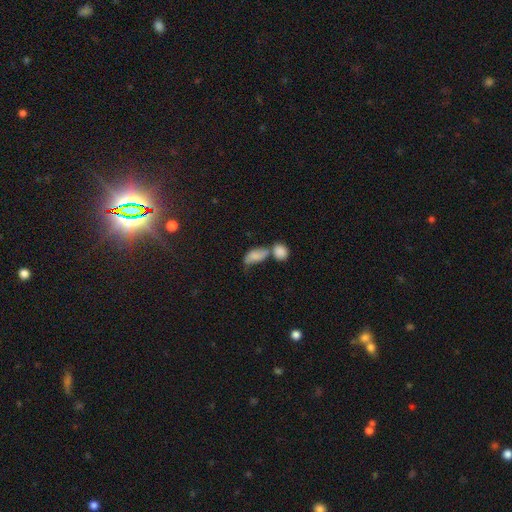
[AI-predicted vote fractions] Q: Smooth or featured?
A: smooth (73%); runner-up: featured or disk (17%)
Q: How rounded?
A: in between (84%); runner-up: round (9%)
Q: Merging?
A: merger (52%); runner-up: none (24%)